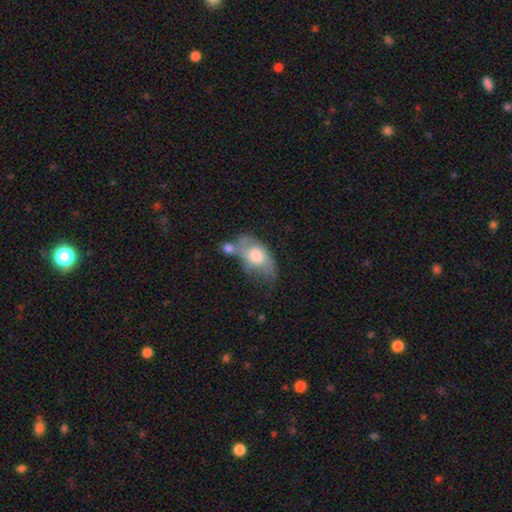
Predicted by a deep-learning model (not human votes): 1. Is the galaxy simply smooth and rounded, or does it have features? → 54% smooth, 40% featured or disk, 6% star or artifact.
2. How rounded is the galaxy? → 87% in between, 9% round, 4% cigar-shaped.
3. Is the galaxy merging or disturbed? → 32% merger, 26% none, 23% minor disturbance, 19% major disturbance.